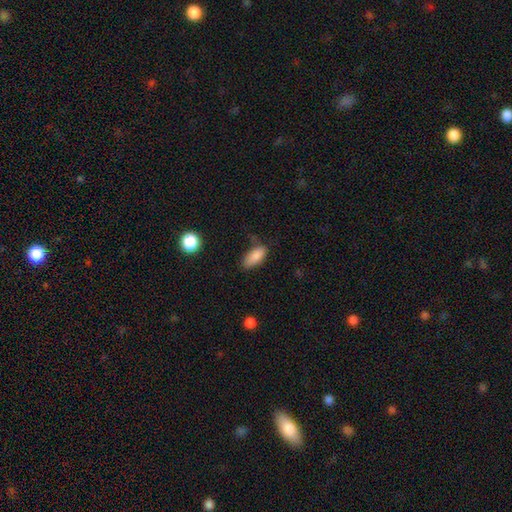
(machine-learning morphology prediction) A smooth galaxy with no disk features (86%) that is in between round and cigar-shaped (86%). Merging: none (59%).